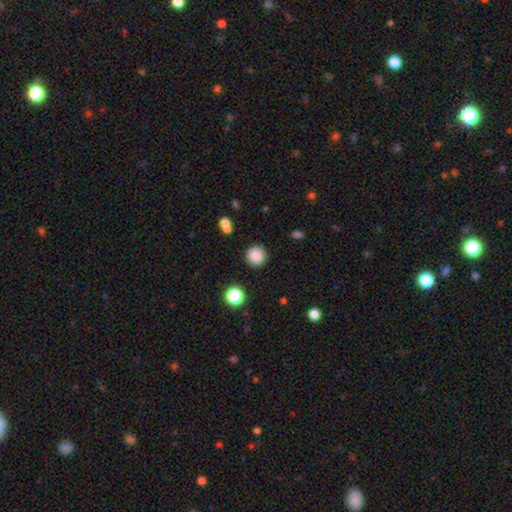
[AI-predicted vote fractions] smooth 86%, star or artifact 10%, featured or disk 4%. Down the decision tree: how rounded — round (94%); merging — none (89%).